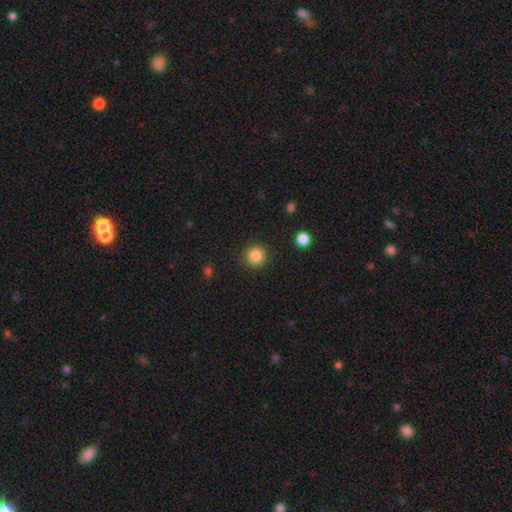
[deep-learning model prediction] smooth 85%, star or artifact 11%, featured or disk 5%. Down the decision tree: how rounded — round (94%); merging — none (90%).